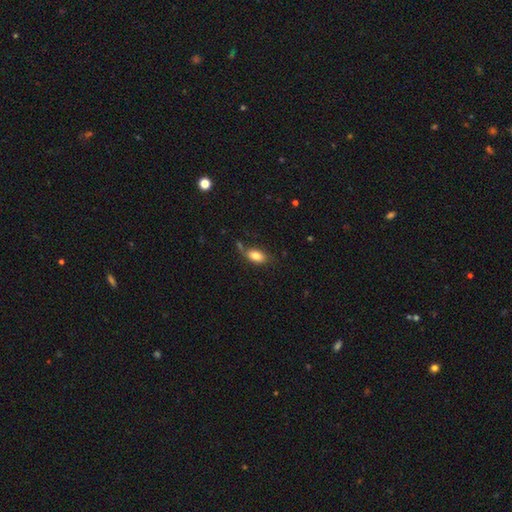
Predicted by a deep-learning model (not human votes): Smooth or featured: smooth — 80% (featured or disk — 13%)
How rounded: in between — 88% (round — 6%)
Merging: none — 58% (minor disturbance — 23%)